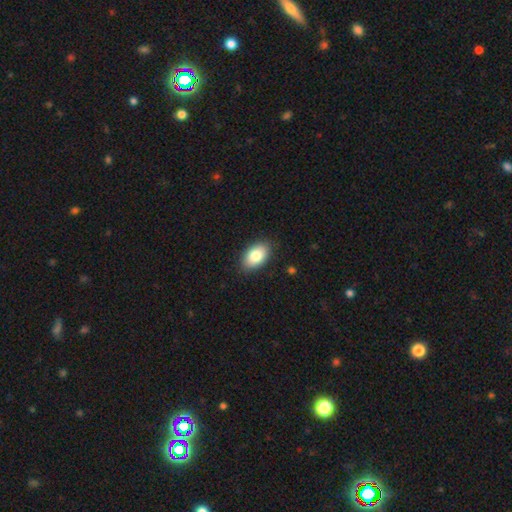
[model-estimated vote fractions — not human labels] Smooth or featured? Predicted: smooth (p=0.83). How rounded? Predicted: in between (p=0.91). Merging? Predicted: none (p=0.87).